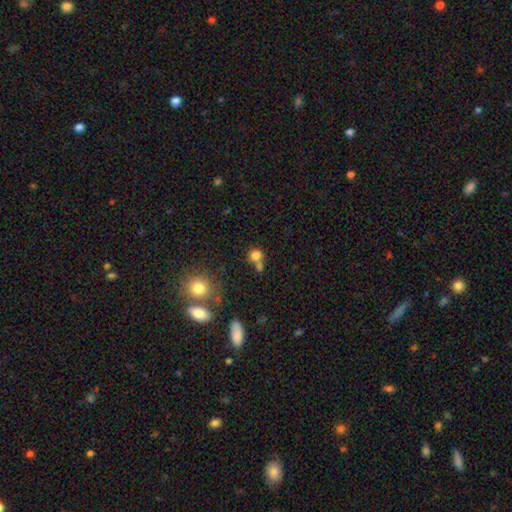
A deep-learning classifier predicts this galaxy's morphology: A smooth galaxy with no disk features (79%) that is round (82%). Merging: none (45%).